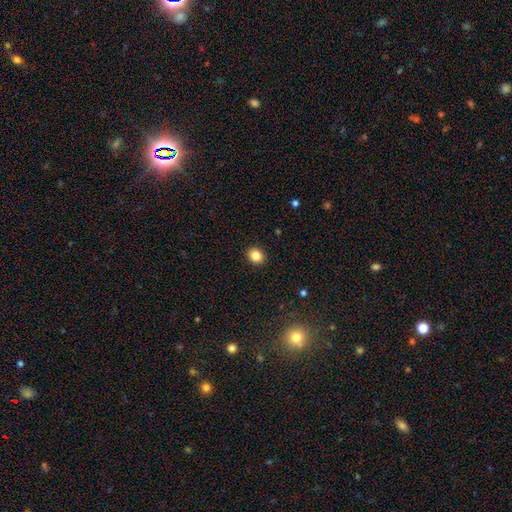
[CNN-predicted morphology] This is clearly a smooth galaxy (86%). How rounded: likely round (67%). Merging: clearly none (92%).